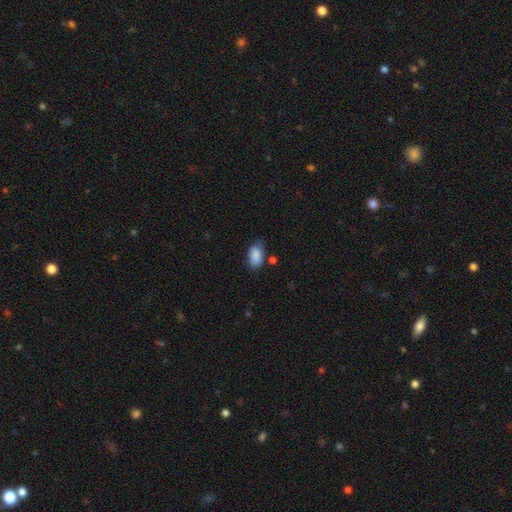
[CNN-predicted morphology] Smooth or featured? Predicted: smooth (p=0.88). How rounded? Predicted: in between (p=0.92). Merging? Predicted: none (p=0.62).